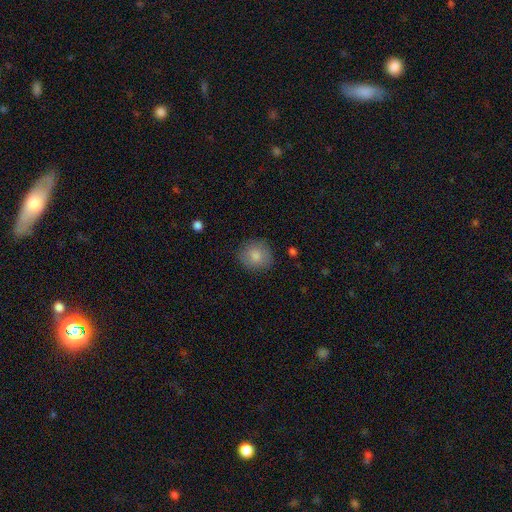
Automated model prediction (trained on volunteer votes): Overall: smooth (83%). How rounded: round (86%). Merging: none (84%).